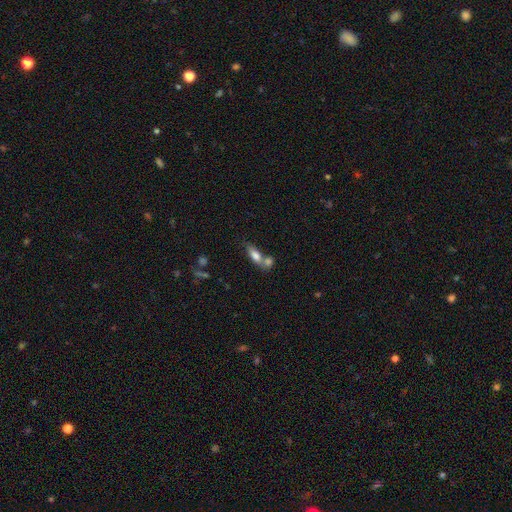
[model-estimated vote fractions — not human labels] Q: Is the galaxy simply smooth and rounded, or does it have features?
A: smooth — 76%.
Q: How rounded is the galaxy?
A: in between — 75%.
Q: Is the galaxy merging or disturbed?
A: merger — 49%.